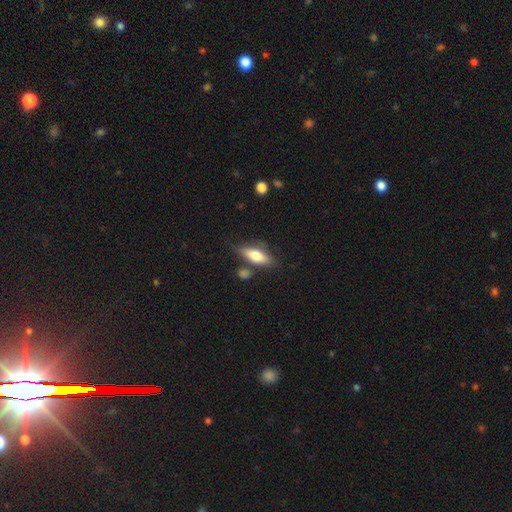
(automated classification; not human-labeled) Q: Smooth or featured?
A: smooth (64%); runner-up: featured or disk (29%)
Q: How rounded?
A: in between (63%); runner-up: cigar-shaped (34%)
Q: Merging?
A: none (68%); runner-up: minor disturbance (18%)